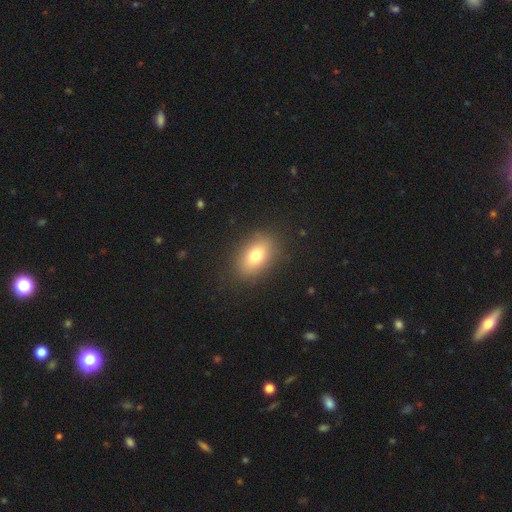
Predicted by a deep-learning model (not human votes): smooth_or_featured: smooth (p=0.78) [alt: featured or disk p=0.13]
how_rounded: in between (p=0.85) [alt: round p=0.12]
merging: none (p=0.86) [alt: minor disturbance p=0.10]